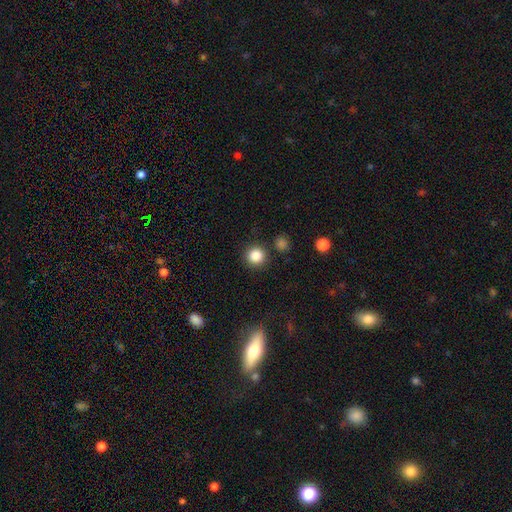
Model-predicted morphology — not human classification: Q: Smooth or featured?
A: smooth (86%); runner-up: star or artifact (11%)
Q: How rounded?
A: round (94%); runner-up: in between (5%)
Q: Merging?
A: none (88%); runner-up: minor disturbance (6%)